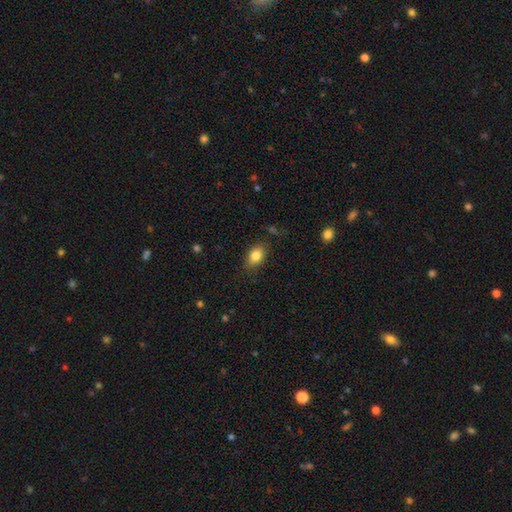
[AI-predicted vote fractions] Smooth or featured?
  - smooth: 83% *
  - star or artifact: 9%
  - featured or disk: 8%
How rounded?
  - in between: 77% *
  - round: 22%
  - cigar-shaped: 2%
Merging?
  - none: 80% *
  - minor disturbance: 15%
  - major disturbance: 4%
  - merger: 1%